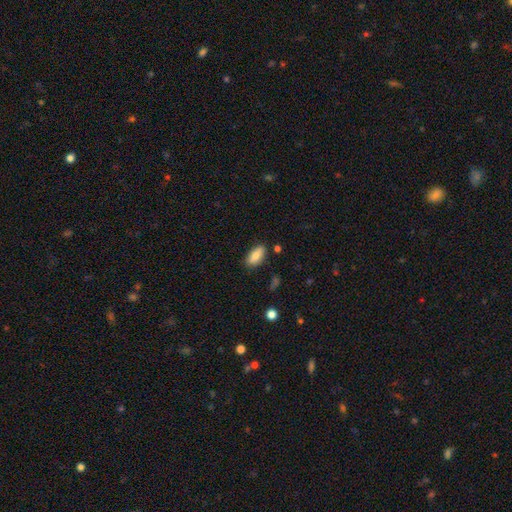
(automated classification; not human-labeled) This is clearly a smooth galaxy (84%). How rounded: clearly in between (84%). Merging: clearly none (81%).